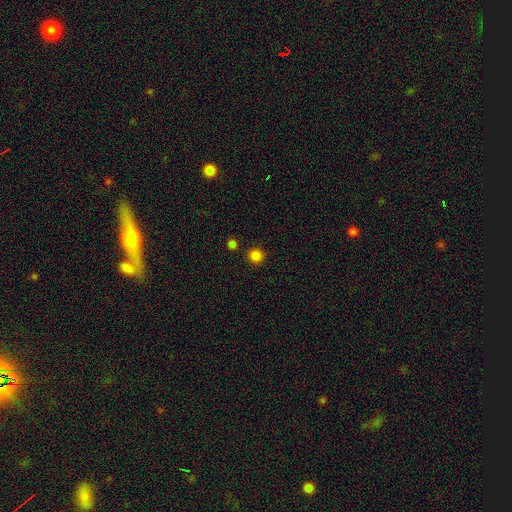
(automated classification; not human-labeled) Q: Smooth or featured?
A: smooth (84%); runner-up: star or artifact (13%)
Q: How rounded?
A: round (94%); runner-up: in between (6%)
Q: Merging?
A: none (88%); runner-up: minor disturbance (5%)